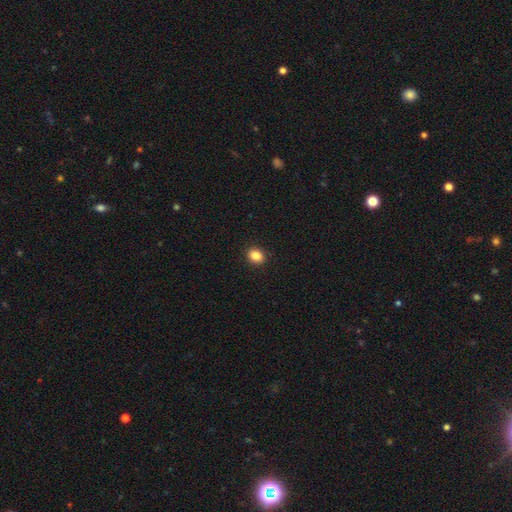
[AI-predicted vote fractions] Smooth or featured: smooth — 86% (star or artifact — 10%)
How rounded: round — 53% (in between — 46%)
Merging: none — 92% (minor disturbance — 6%)